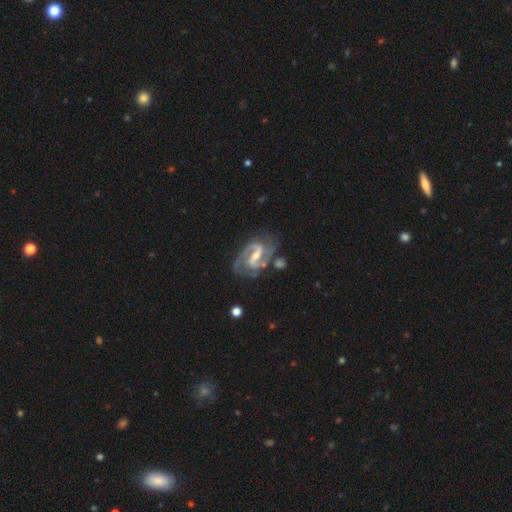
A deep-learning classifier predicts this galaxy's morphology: Q: Smooth or featured?
A: featured or disk (92%); runner-up: star or artifact (4%)
Q: Edge-on disk?
A: no (97%); runner-up: yes (3%)
Q: Bar?
A: strong (48%); runner-up: weak (41%)
Q: Spiral arms?
A: yes (98%); runner-up: no (2%)
Q: Spiral winding?
A: medium (59%); runner-up: tight (22%)
Q: Spiral arm count?
A: 2 (89%); runner-up: 3 (4%)
Q: Bulge size?
A: small (49%); runner-up: moderate (46%)
Q: Merging?
A: none (69%); runner-up: minor disturbance (18%)